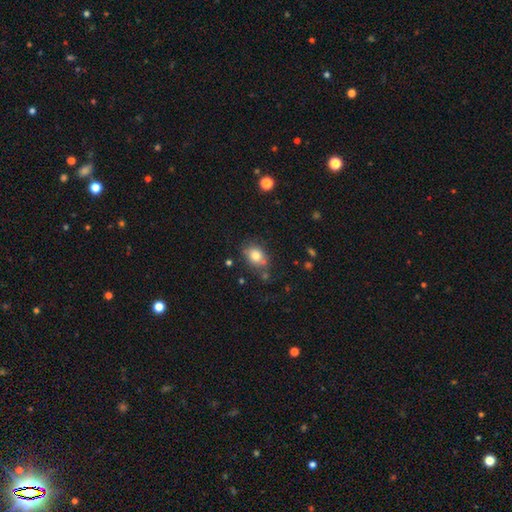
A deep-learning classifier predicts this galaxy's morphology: smooth-or-featured: smooth: 78% | featured or disk: 12% | star or artifact: 10%
  how-rounded: in between: 64% | round: 35% | cigar-shaped: 1%
  merging: none: 69% | minor disturbance: 20% | merger: 7% | major disturbance: 5%